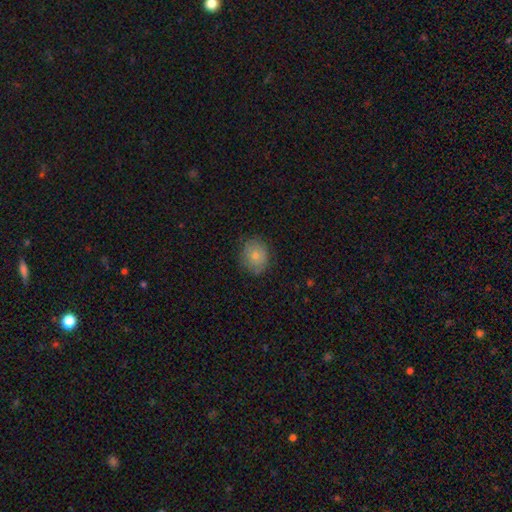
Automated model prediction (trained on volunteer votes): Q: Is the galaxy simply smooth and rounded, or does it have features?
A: smooth — 78%.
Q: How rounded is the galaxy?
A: round — 69%.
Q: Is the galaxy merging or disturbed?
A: none — 80%.